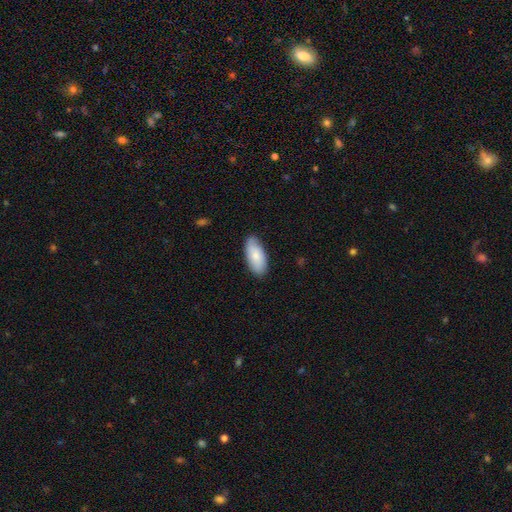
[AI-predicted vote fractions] smooth-or-featured: smooth: 82% | featured or disk: 12% | star or artifact: 6%
  how-rounded: in between: 90% | cigar-shaped: 8% | round: 2%
  merging: none: 83% | minor disturbance: 13% | major disturbance: 2% | merger: 1%